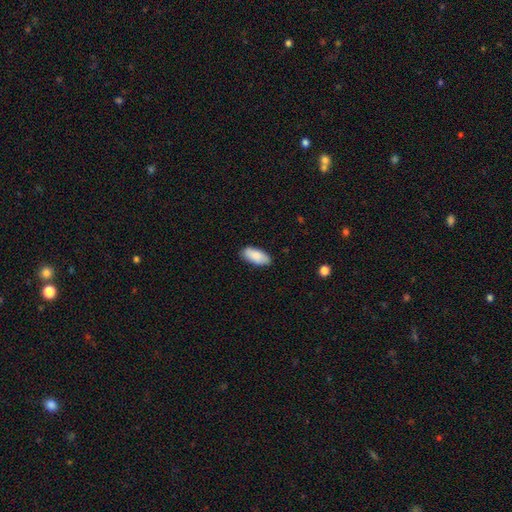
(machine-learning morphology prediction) Smooth or featured: smooth — 88% (featured or disk — 6%)
How rounded: in between — 90% (cigar-shaped — 8%)
Merging: none — 87% (minor disturbance — 10%)